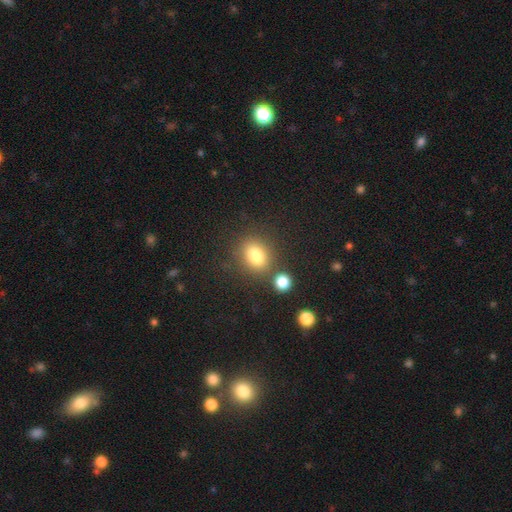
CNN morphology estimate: Smooth or featured? smooth (80%)
How rounded? round (52%)
Merging? none (73%)